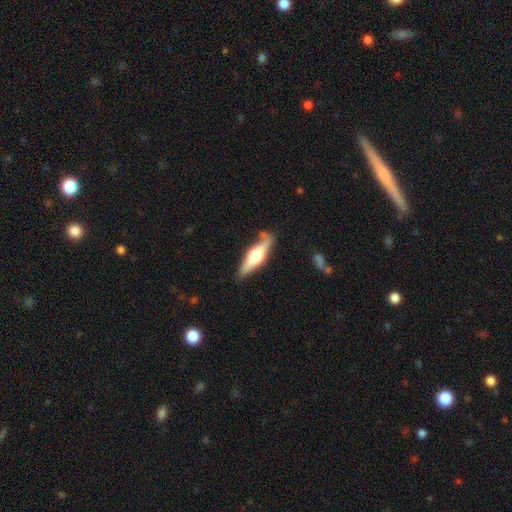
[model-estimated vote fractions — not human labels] Smooth or featured? featured or disk (58%)
Edge-on disk? yes (92%)
Edge-on bulge? rounded (91%)
Merging? none (72%)